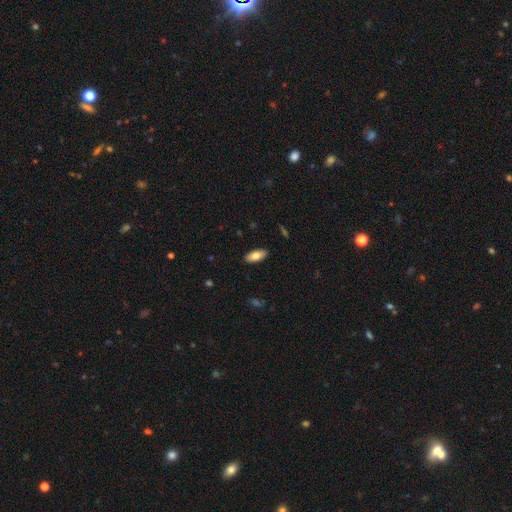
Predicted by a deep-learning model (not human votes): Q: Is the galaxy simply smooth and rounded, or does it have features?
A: smooth — 79%.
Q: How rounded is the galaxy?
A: in between — 86%.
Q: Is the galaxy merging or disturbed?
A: none — 89%.